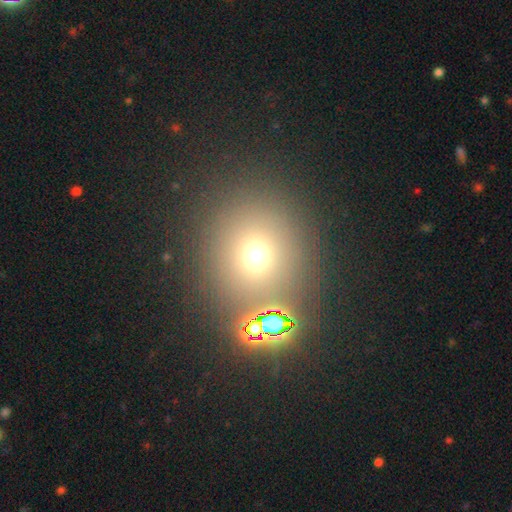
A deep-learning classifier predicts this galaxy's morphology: This is likely a smooth galaxy (61%). How rounded: clearly round (89%). Merging: likely none (79%).